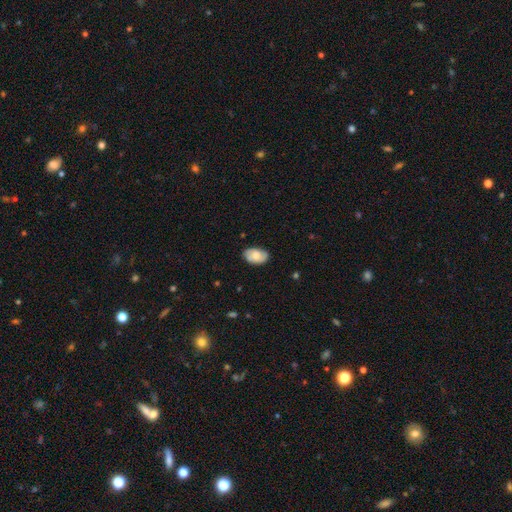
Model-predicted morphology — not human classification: The model was most divided on "smooth or featured": smooth: 64%, featured or disk: 29%, star or artifact: 7%. More confident: how rounded — in between (91%); merging — none (79%).